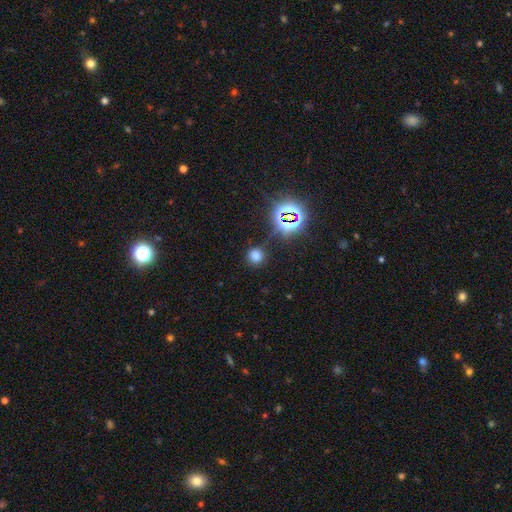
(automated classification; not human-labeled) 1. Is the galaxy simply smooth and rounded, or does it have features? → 67% smooth, 27% star or artifact, 6% featured or disk.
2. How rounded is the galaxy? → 88% round, 11% in between, 1% cigar-shaped.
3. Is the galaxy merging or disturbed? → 80% none, 12% minor disturbance, 5% major disturbance, 3% merger.